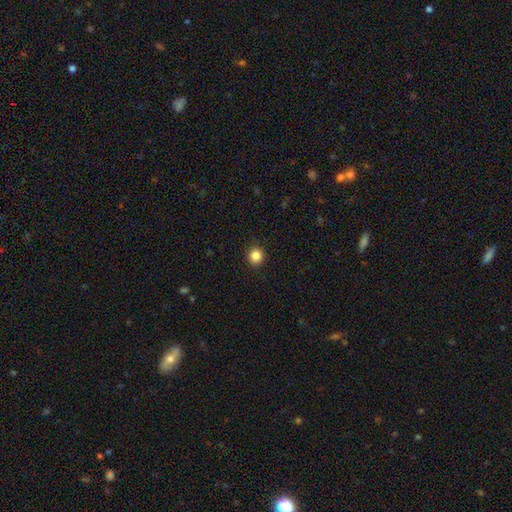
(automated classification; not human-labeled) Smooth or featured: smooth — 85% (star or artifact — 11%)
How rounded: round — 90% (in between — 9%)
Merging: none — 92% (minor disturbance — 6%)